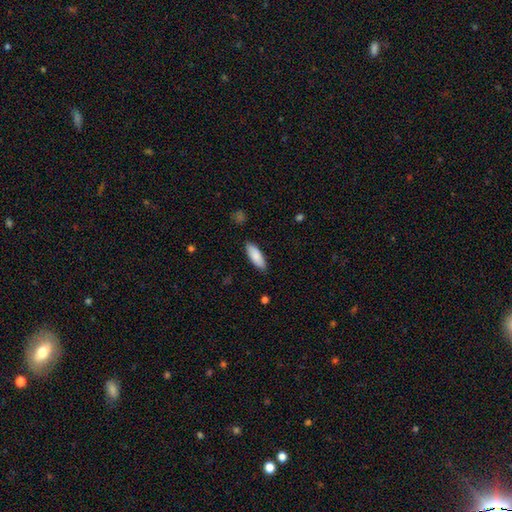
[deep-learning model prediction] Q: Smooth or featured?
A: smooth (86%); runner-up: featured or disk (8%)
Q: How rounded?
A: in between (69%); runner-up: cigar-shaped (30%)
Q: Merging?
A: none (87%); runner-up: minor disturbance (10%)